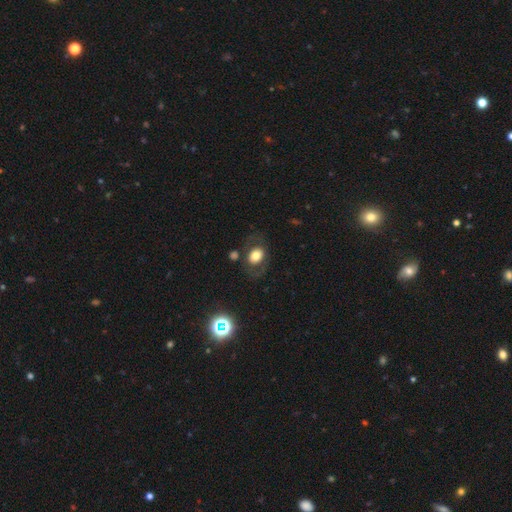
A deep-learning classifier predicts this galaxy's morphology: smooth-or-featured: smooth: 65% | featured or disk: 26% | star or artifact: 9%
  how-rounded: in between: 60% | round: 39% | cigar-shaped: 1%
  merging: none: 71% | minor disturbance: 14% | major disturbance: 11% | merger: 4%